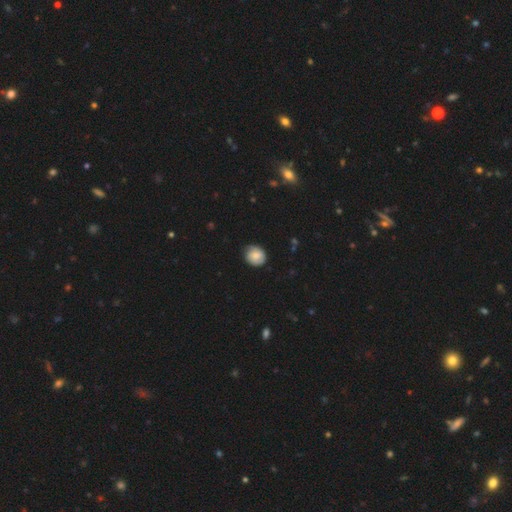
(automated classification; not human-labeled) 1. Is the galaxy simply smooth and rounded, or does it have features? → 67% smooth, 26% featured or disk, 7% star or artifact.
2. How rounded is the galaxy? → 74% round, 25% in between, 1% cigar-shaped.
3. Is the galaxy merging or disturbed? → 74% none, 21% minor disturbance, 4% major disturbance, 1% merger.